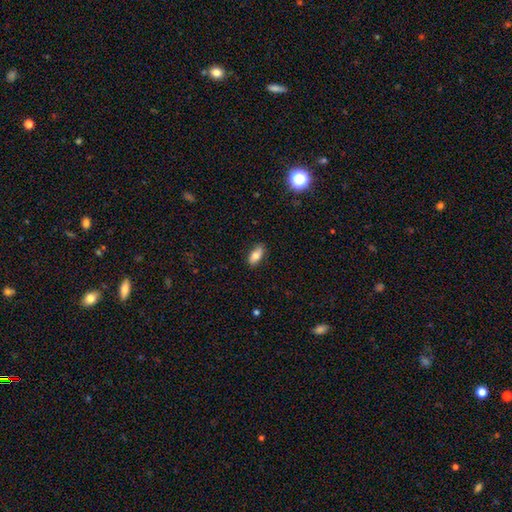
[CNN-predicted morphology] This is likely a smooth galaxy (77%). How rounded: clearly in between (86%). Merging: clearly none (83%).